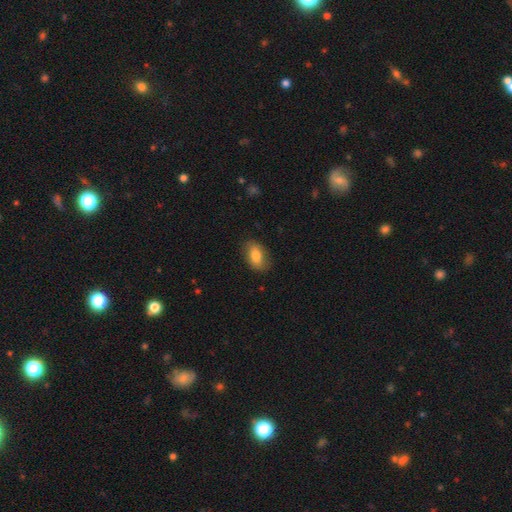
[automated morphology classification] Smooth or featured? Predicted: smooth (p=0.79). How rounded? Predicted: in between (p=0.89). Merging? Predicted: none (p=0.81).